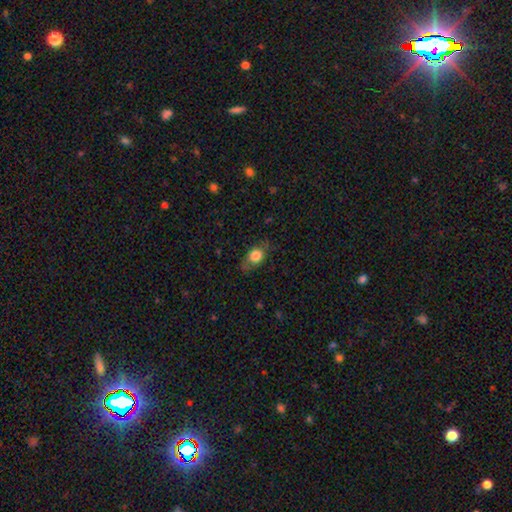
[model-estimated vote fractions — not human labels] The model was most divided on "how rounded": in between: 54%, round: 42%, cigar-shaped: 4%. More confident: smooth or featured — smooth (76%); merging — none (67%).